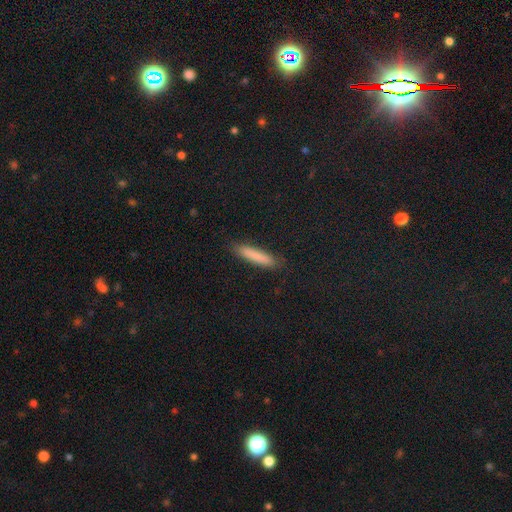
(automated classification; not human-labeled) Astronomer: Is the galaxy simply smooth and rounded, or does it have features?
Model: smooth — 84%.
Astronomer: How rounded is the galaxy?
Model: cigar-shaped — 88%.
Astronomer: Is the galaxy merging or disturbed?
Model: none — 88%.